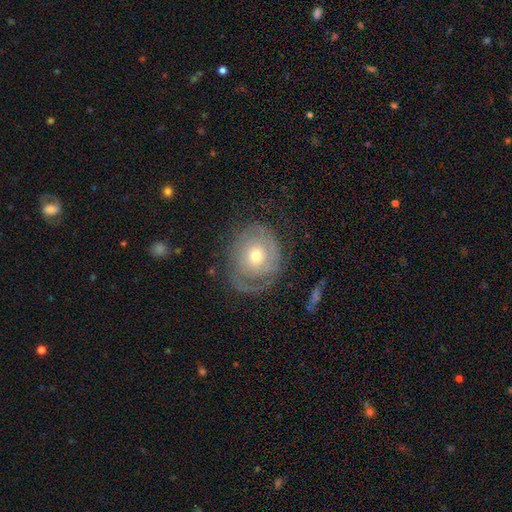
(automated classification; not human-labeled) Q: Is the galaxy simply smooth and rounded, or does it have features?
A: featured or disk — 68%.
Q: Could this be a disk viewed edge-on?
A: no — 96%.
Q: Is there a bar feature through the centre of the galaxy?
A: no — 82%.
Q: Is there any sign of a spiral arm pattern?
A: yes — 79%.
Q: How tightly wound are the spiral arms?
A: tight — 69%.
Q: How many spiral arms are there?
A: can't tell — 38%.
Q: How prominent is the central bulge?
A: moderate — 50%.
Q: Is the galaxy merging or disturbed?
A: none — 64%.